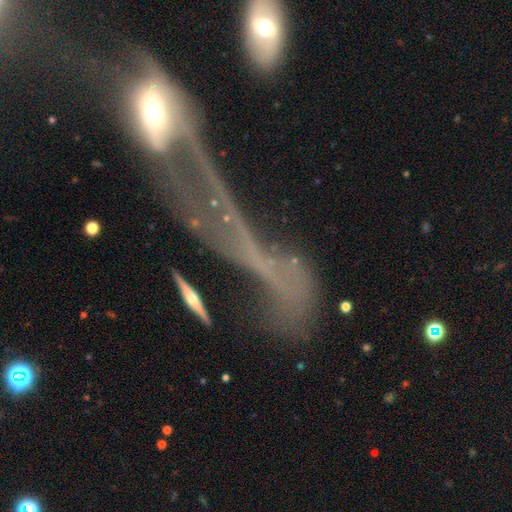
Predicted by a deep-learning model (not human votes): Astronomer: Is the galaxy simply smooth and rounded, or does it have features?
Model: featured or disk — 58%.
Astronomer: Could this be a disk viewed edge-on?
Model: no — 65%.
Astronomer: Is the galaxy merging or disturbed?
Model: major disturbance — 39% (runner-up: merger, 29%).